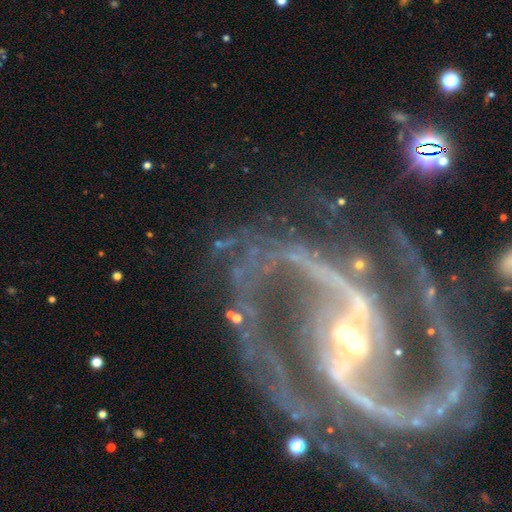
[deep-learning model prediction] Smooth or featured: featured or disk — 90% (star or artifact — 7%)
Edge-on disk: no — 97% (yes — 3%)
Bar: strong — 57% (weak — 29%)
Spiral arms: yes — 94% (no — 6%)
Spiral winding: medium — 45% (loose — 35%)
Spiral arm count: 2 — 72% (can't tell — 8%)
Bulge size: moderate — 48% (small — 41%)
Merging: none — 56% (major disturbance — 25%)